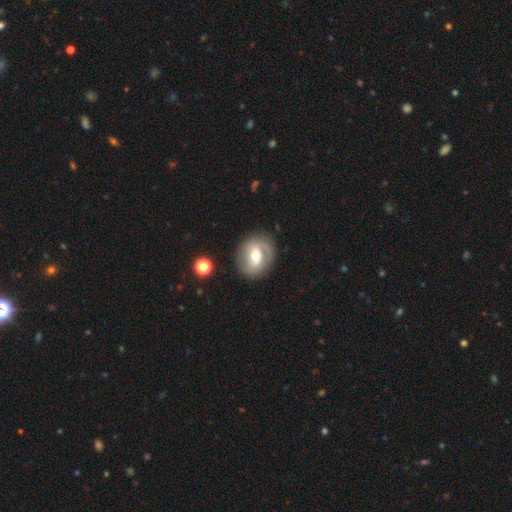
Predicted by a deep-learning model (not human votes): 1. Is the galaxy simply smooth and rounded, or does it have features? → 57% featured or disk, 36% smooth, 7% star or artifact.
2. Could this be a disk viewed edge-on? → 95% no, 5% yes.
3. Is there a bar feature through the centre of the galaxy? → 42% weak, 31% no, 26% strong.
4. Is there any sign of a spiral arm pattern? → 64% yes, 36% no.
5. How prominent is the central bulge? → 70% moderate, 21% small, 7% large, 1% dominant, 1% none.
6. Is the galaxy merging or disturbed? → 81% none, 12% minor disturbance, 5% major disturbance, 2% merger.